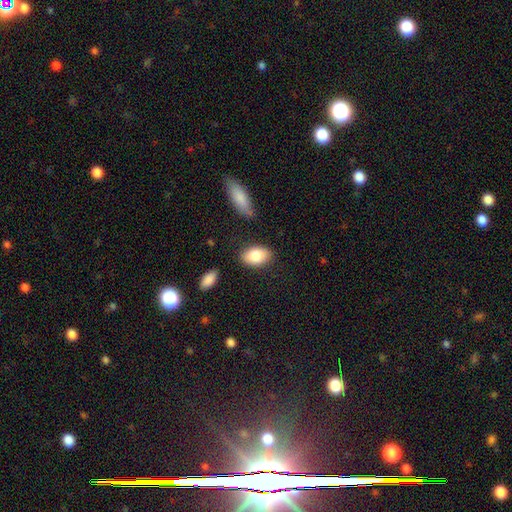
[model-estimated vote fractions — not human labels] This appears to be a smooth galaxy with no disk features (84%) that is in between round and cigar-shaped (91%). Merging: none (83%).